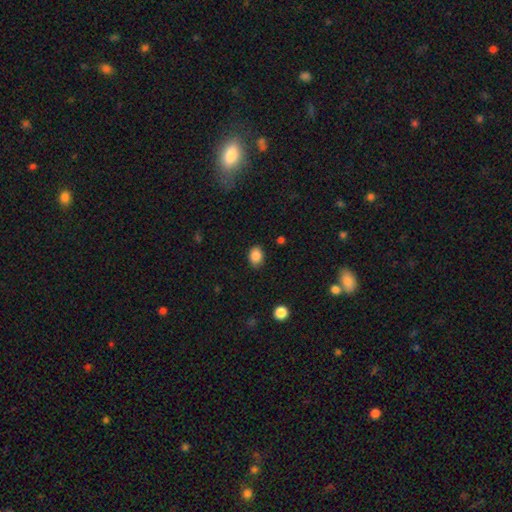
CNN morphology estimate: The model was most divided on "how rounded": in between: 65%, round: 34%, cigar-shaped: 1%. More confident: smooth or featured — smooth (88%); merging — none (86%).